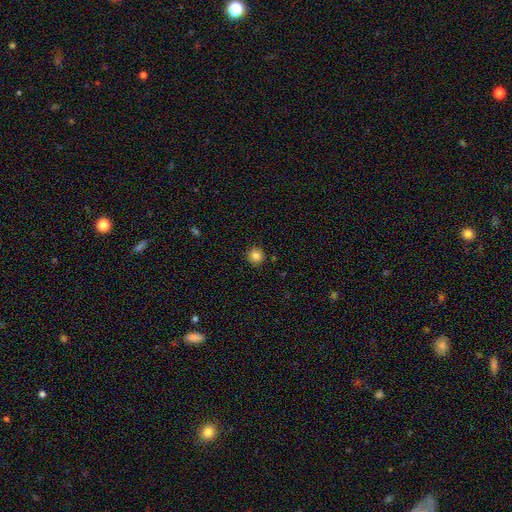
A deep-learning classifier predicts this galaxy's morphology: The model was most divided on "smooth or featured": smooth: 85%, star or artifact: 11%, featured or disk: 5%. More confident: how rounded — round (95%); merging — none (91%).